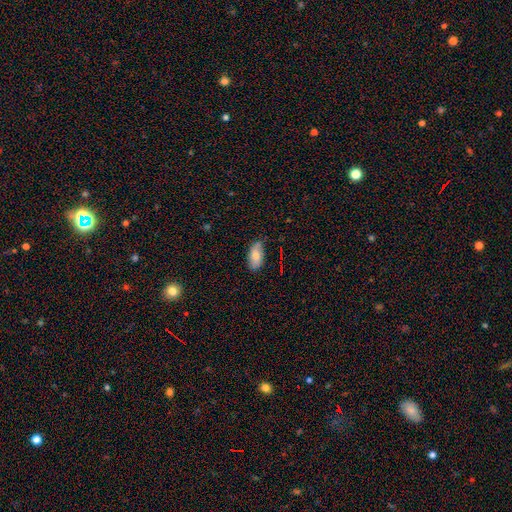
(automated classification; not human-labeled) Morphology: type=smooth (76%); roundness=in between (92%); merging=none (72%).